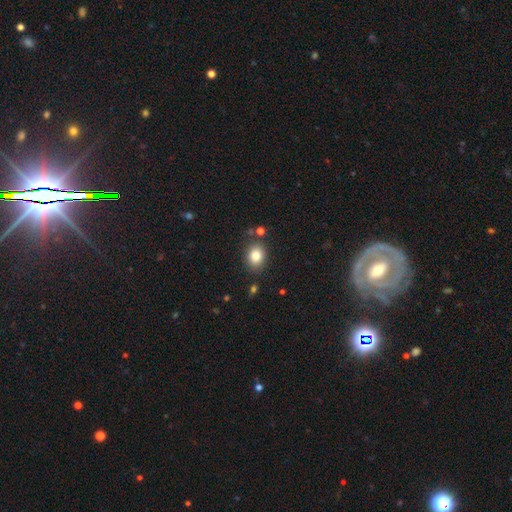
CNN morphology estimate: Smooth or featured: smooth — 82% (star or artifact — 10%)
How rounded: in between — 54% (round — 45%)
Merging: none — 82% (minor disturbance — 11%)